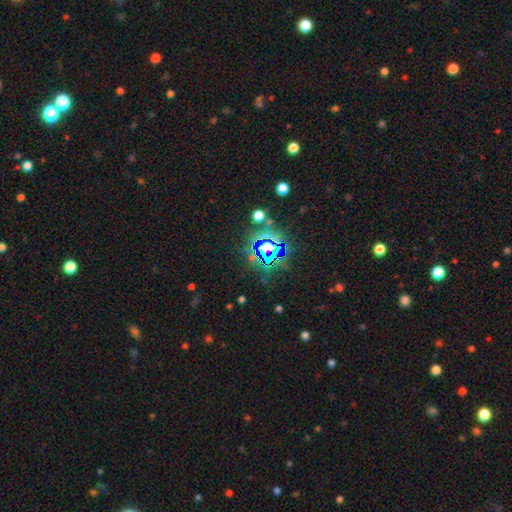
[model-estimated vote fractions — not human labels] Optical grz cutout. It shows a star or artifact, not a galaxy (79%).